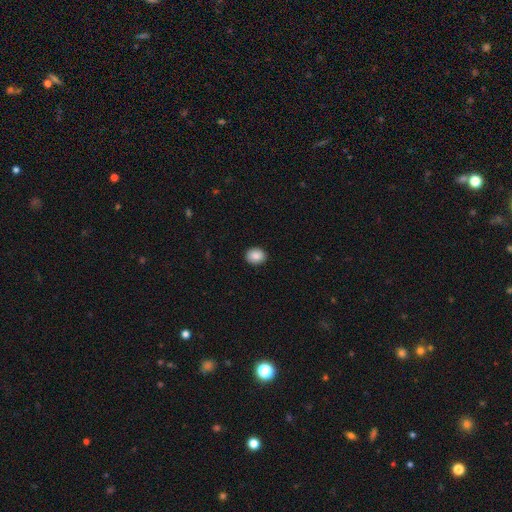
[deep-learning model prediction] Smooth or featured: smooth — 89% (star or artifact — 8%)
How rounded: round — 52% (in between — 47%)
Merging: none — 90% (minor disturbance — 7%)